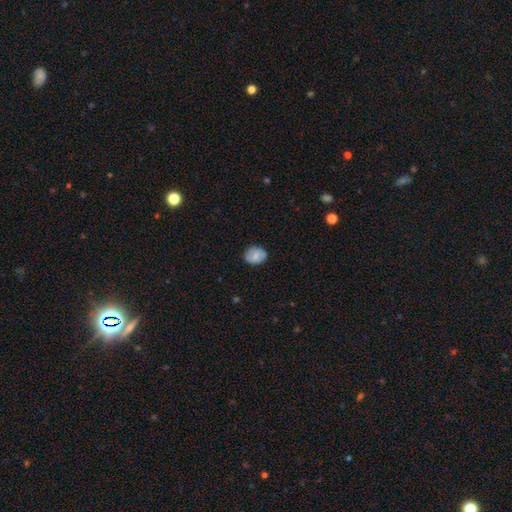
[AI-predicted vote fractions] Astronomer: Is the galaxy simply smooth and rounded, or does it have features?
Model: smooth — 69%.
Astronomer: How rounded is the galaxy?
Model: round — 58% (runner-up: in between, 41%).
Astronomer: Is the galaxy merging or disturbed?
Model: none — 77%.